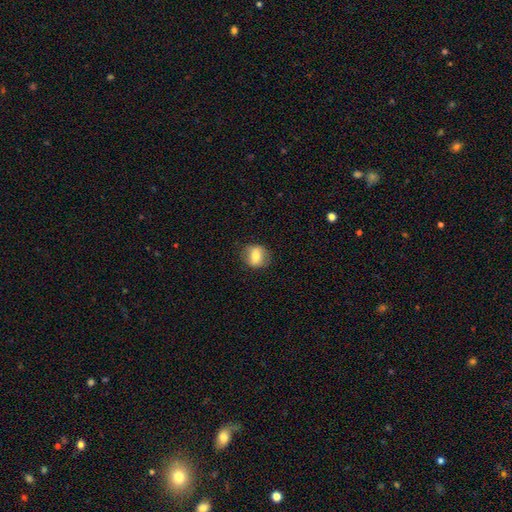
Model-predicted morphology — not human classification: smooth-or-featured: smooth: 65% | featured or disk: 27% | star or artifact: 8%
  how-rounded: round: 66% | in between: 32% | cigar-shaped: 2%
  merging: none: 83% | minor disturbance: 12% | major disturbance: 4% | merger: 1%